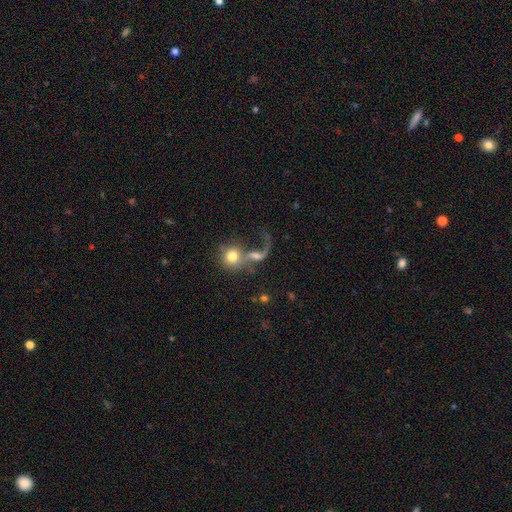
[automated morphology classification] featured or disk 46%, smooth 41%, star or artifact 12%. Down the decision tree: merging — merger (49%).